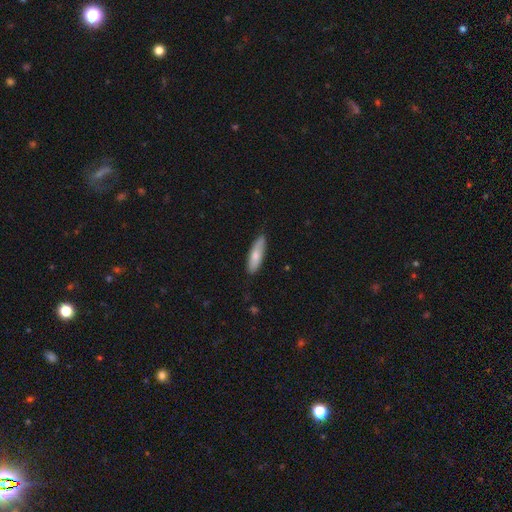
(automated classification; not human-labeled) Smooth or featured: smooth — 75% (featured or disk — 19%)
How rounded: cigar-shaped — 56% (in between — 42%)
Merging: none — 82% (minor disturbance — 14%)